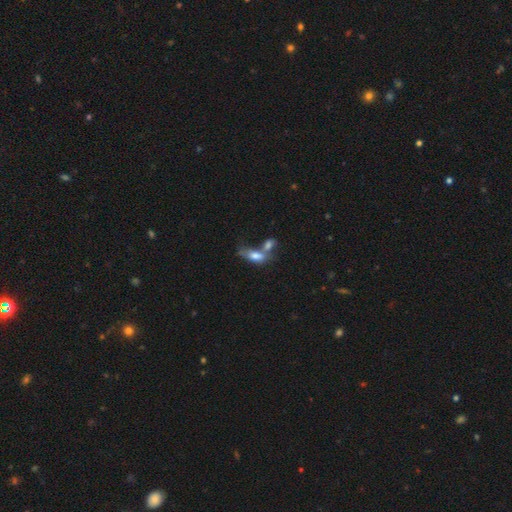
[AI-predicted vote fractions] smooth-or-featured: smooth: 68% | featured or disk: 23% | star or artifact: 9%
  how-rounded: in between: 79% | cigar-shaped: 15% | round: 6%
  merging: merger: 62% | none: 18% | minor disturbance: 10% | major disturbance: 9%